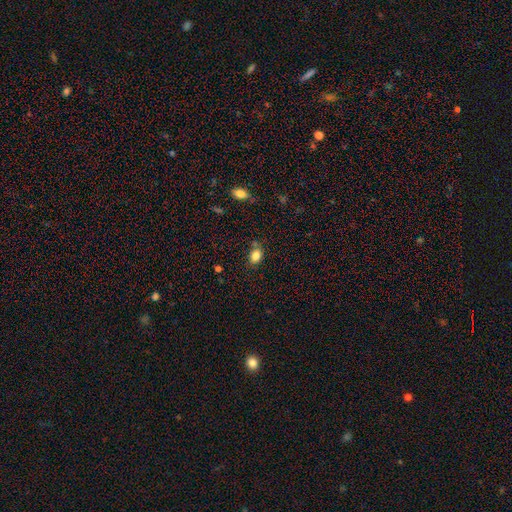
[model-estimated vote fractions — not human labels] This is clearly a smooth galaxy (83%). How rounded: likely in between (71%). Merging: likely none (72%).